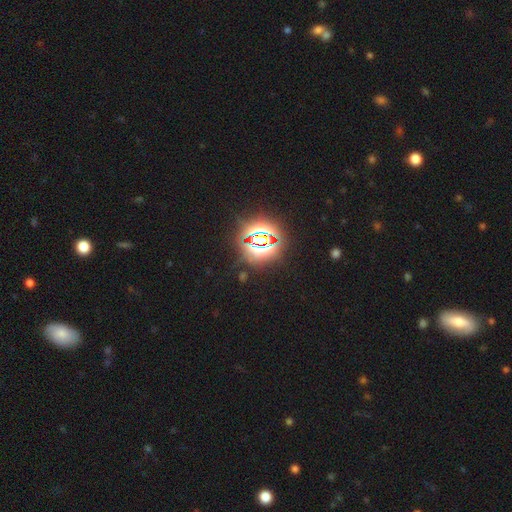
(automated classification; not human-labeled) Overall: star or artifact (79%).